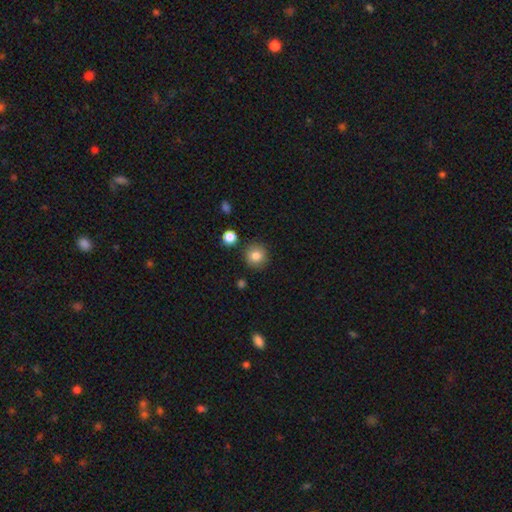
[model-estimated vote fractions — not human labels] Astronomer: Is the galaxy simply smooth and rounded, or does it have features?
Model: smooth — 84%.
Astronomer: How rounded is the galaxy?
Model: round — 92%.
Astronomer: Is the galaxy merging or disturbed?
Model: none — 87%.